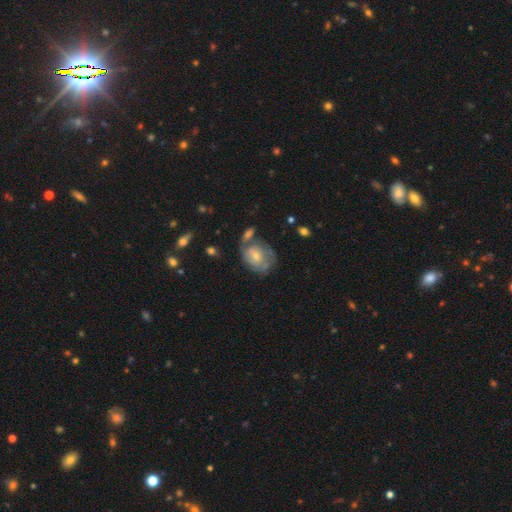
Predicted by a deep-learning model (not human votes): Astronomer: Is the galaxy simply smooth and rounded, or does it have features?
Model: featured or disk — 47% (runner-up: smooth, 46%).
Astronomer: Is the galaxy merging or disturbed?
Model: none — 40% (runner-up: minor disturbance, 24%).